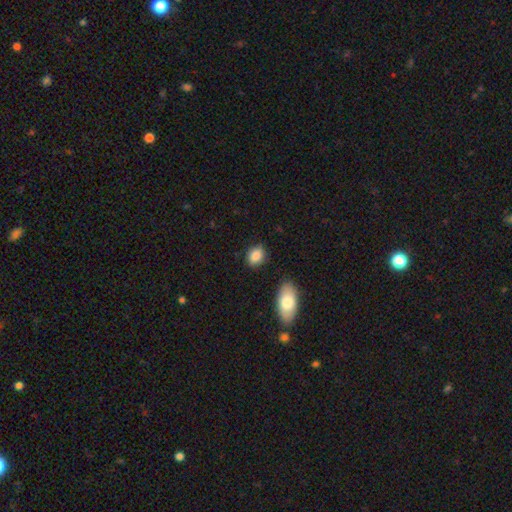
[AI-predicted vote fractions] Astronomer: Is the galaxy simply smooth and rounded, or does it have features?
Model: smooth — 86%.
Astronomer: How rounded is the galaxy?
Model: in between — 61% (runner-up: round, 37%).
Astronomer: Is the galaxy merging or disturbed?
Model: none — 84%.